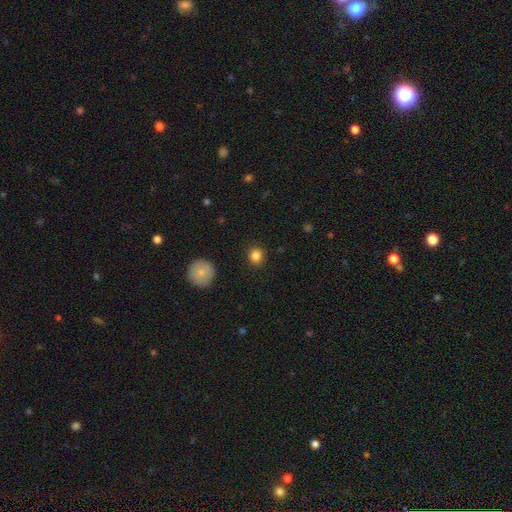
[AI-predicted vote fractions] The model was most divided on "smooth or featured": smooth: 84%, star or artifact: 11%, featured or disk: 5%. More confident: merging — none (90%); how rounded — round (87%).